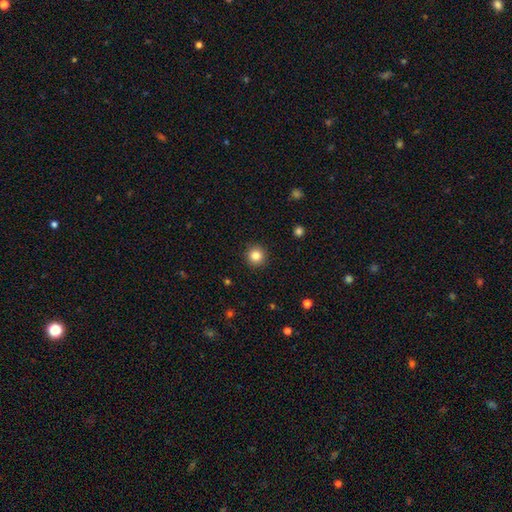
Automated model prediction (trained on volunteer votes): Smooth or featured? Predicted: smooth (p=0.84). How rounded? Predicted: round (p=0.95). Merging? Predicted: none (p=0.93).